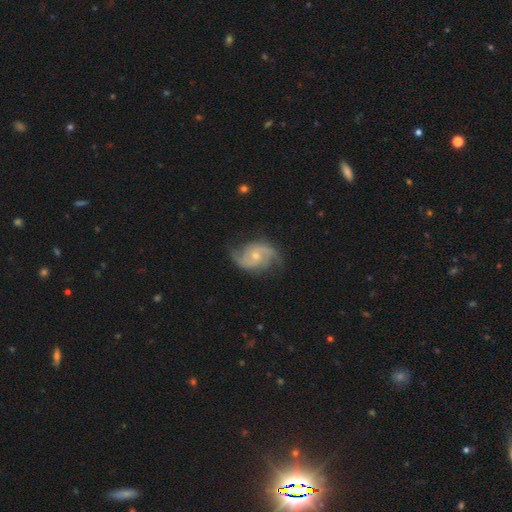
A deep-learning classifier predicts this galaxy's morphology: Smooth or featured?
  - featured or disk: 86% *
  - smooth: 9%
  - star or artifact: 5%
Edge-on disk?
  - no: 97% *
  - yes: 3%
Bar?
  - no: 62% *
  - weak: 33%
  - strong: 5%
Spiral arms?
  - yes: 96% *
  - no: 4%
Spiral winding?
  - medium: 49% *
  - loose: 31%
  - tight: 20%
Spiral arm count?
  - 2: 87% *
  - can't tell: 5%
  - 3: 3%
  - 1: 2%
  - 4: 1%
  - more than 4: 1%
Bulge size?
  - small: 54% *
  - moderate: 41%
  - none: 2%
  - large: 2%
  - dominant: 1%
Merging?
  - none: 73% *
  - minor disturbance: 19%
  - major disturbance: 7%
  - merger: 1%